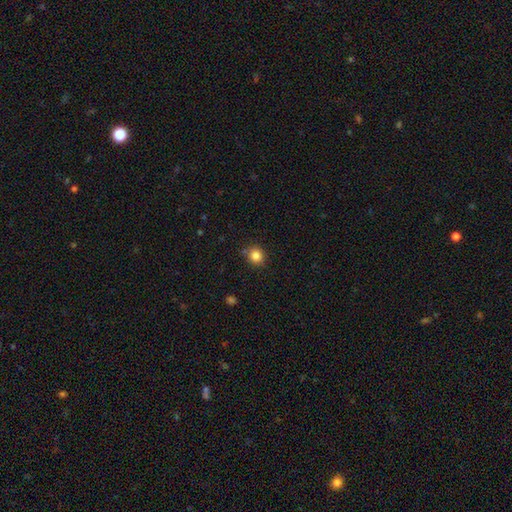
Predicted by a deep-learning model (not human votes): Smooth or featured? Predicted: smooth (p=0.84). How rounded? Predicted: round (p=0.86). Merging? Predicted: none (p=0.84).